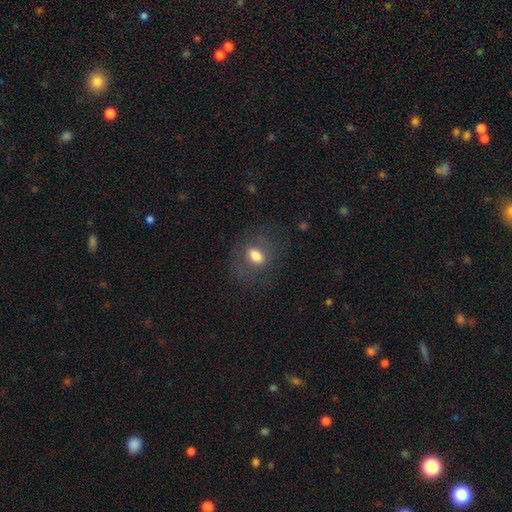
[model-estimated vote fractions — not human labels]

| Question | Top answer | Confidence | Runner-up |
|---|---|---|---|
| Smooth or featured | smooth | 68% | featured or disk (21%) |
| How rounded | in between | 69% | round (28%) |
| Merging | none | 71% | minor disturbance (16%) |